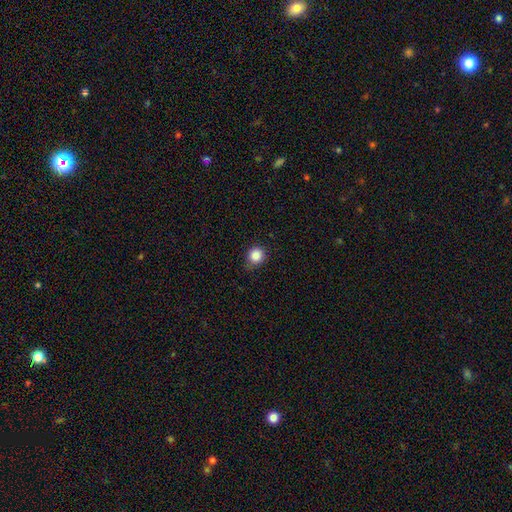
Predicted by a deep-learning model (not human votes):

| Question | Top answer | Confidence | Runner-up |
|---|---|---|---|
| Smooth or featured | smooth | 86% | star or artifact (10%) |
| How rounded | round | 86% | in between (13%) |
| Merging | none | 80% | minor disturbance (16%) |